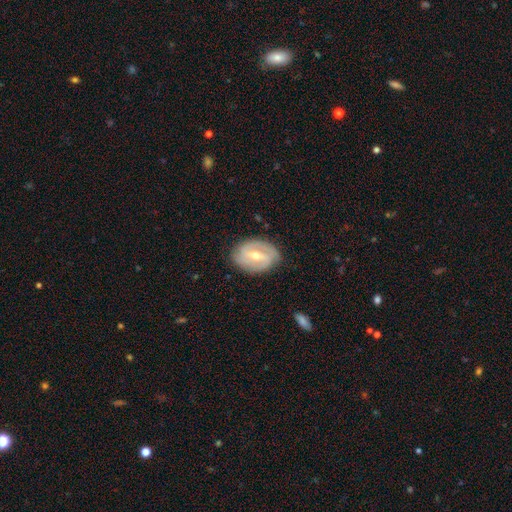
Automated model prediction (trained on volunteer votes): Morphology: type=featured or disk (75%); edge-on=no (95%); bar=weak (47%); spiral arms=yes (82%); winding=tight (43%); arm count=2 (74%); bulge=moderate (59%); merging=none (80%).